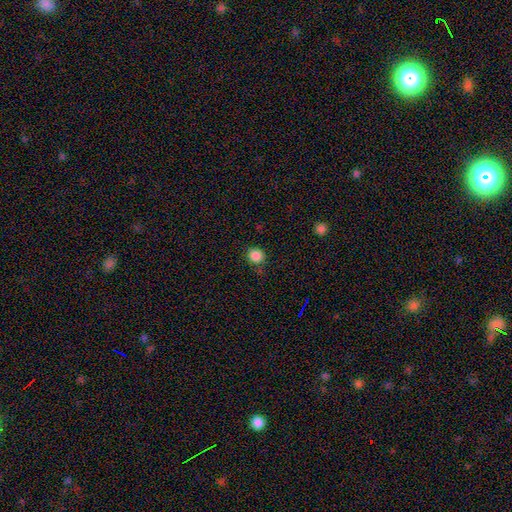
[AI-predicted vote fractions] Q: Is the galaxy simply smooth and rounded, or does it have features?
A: smooth — 86%.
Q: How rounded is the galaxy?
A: round — 90%.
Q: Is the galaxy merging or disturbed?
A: none — 84%.